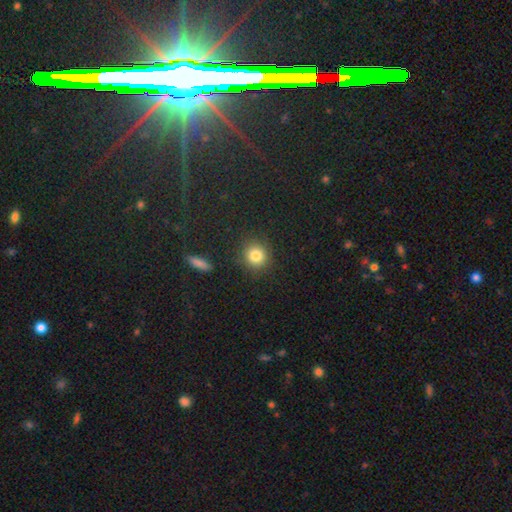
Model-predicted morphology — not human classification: A smooth galaxy with no disk features (83%) that is round (88%). Merging: none (87%).